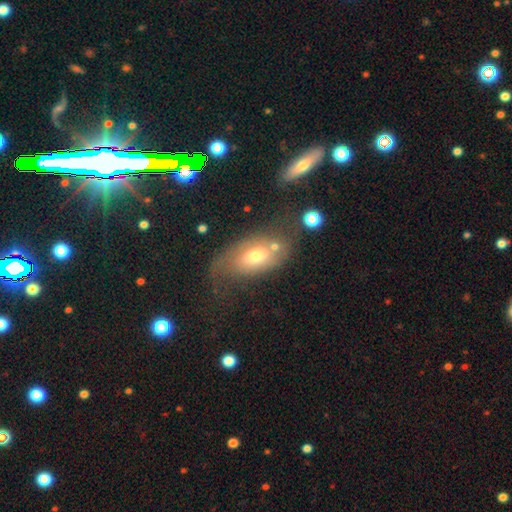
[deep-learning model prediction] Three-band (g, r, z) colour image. It shows a smooth galaxy with no disk features (51%) that is in between round and cigar-shaped (87%). Merging: none (42%).